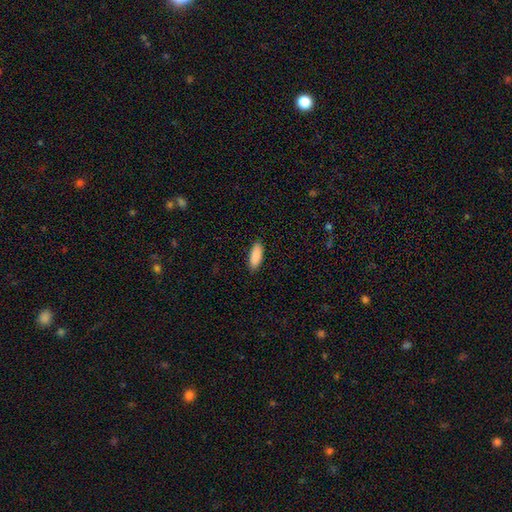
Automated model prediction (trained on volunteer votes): Overall: smooth (90%). How rounded: in between (70%). Merging: none (88%).